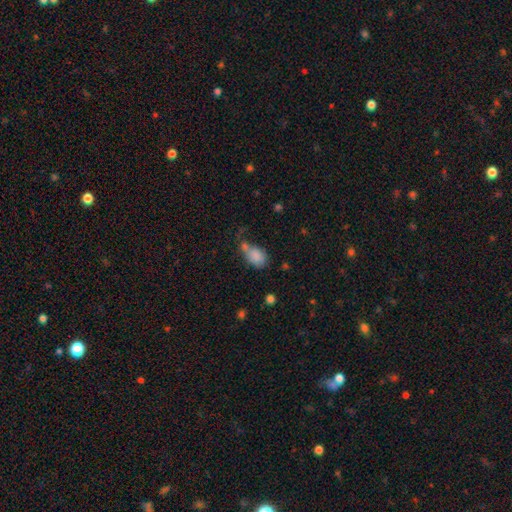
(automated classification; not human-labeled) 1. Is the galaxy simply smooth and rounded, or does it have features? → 82% smooth, 9% featured or disk, 9% star or artifact.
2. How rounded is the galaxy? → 82% in between, 17% round, 2% cigar-shaped.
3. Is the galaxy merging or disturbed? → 36% none, 26% merger, 23% minor disturbance, 15% major disturbance.